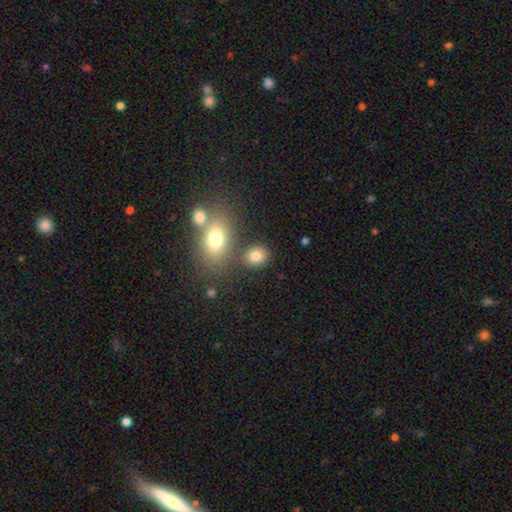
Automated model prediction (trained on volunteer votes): A smooth galaxy with no disk features (79%) that is round (58%).

Vote fractions:
- Smooth or featured? smooth: 79% / star or artifact: 12% / featured or disk: 9%
- How rounded? round: 58% / in between: 40% / cigar-shaped: 2%
- Merging? none: 73% / merger: 13% / minor disturbance: 10% / major disturbance: 4%